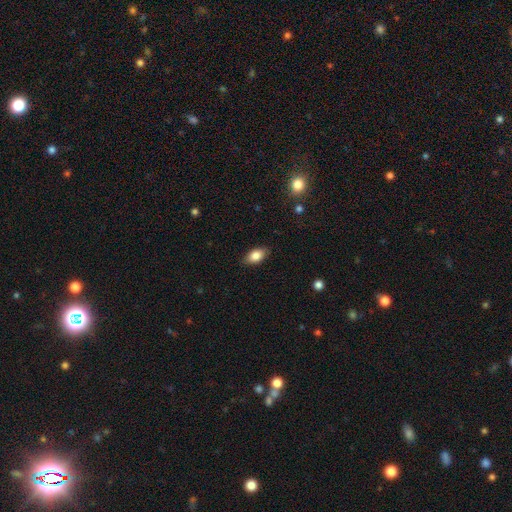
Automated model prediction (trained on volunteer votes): This is clearly a smooth galaxy (83%). How rounded: clearly in between (90%). Merging: clearly none (85%).